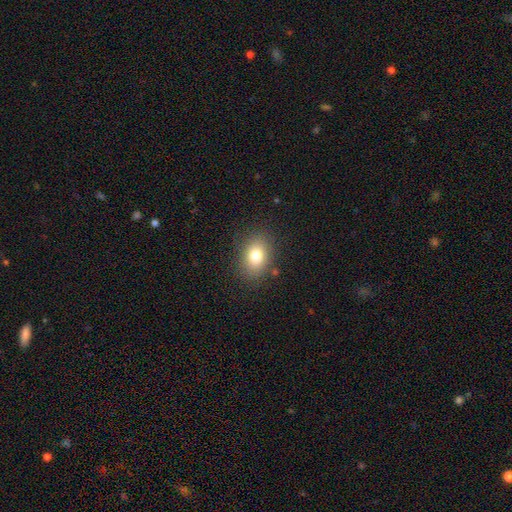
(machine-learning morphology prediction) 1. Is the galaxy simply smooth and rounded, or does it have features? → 79% smooth, 11% star or artifact, 11% featured or disk.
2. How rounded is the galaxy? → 71% in between, 28% round, 1% cigar-shaped.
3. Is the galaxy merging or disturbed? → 84% none, 10% minor disturbance, 4% major disturbance, 2% merger.